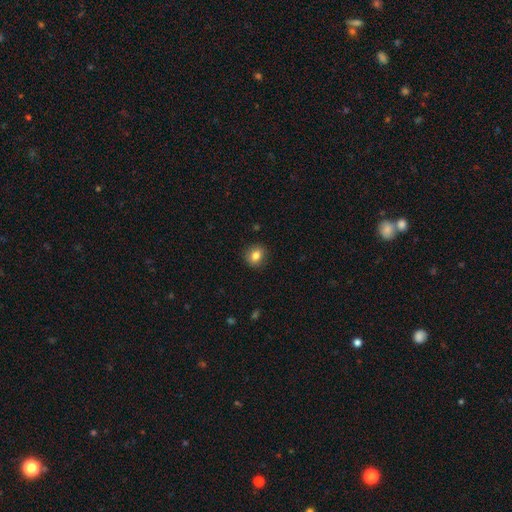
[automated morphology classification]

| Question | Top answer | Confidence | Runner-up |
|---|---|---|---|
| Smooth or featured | smooth | 82% | star or artifact (10%) |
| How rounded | round | 77% | in between (22%) |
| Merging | none | 89% | minor disturbance (8%) |